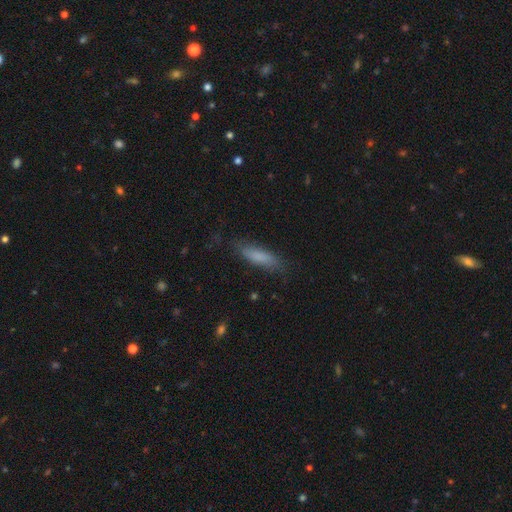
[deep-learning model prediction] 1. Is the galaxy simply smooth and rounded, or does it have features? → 74% smooth, 17% featured or disk, 9% star or artifact.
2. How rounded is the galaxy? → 69% cigar-shaped, 30% in between, 2% round.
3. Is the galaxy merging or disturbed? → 78% none, 16% minor disturbance, 4% major disturbance, 1% merger.